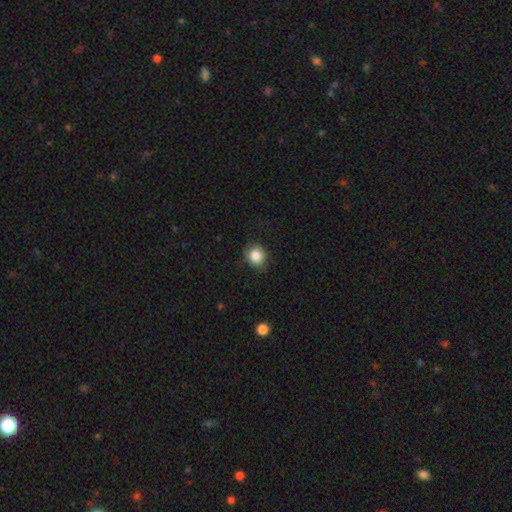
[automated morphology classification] Smooth or featured?
  - smooth: 85% *
  - star or artifact: 9%
  - featured or disk: 6%
How rounded?
  - round: 78% *
  - in between: 21%
  - cigar-shaped: 1%
Merging?
  - none: 79% *
  - minor disturbance: 16%
  - major disturbance: 3%
  - merger: 1%